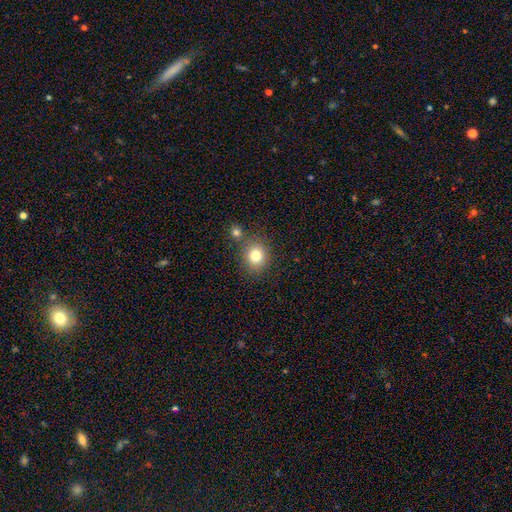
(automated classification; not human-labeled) smooth-or-featured: smooth: 80% | star or artifact: 12% | featured or disk: 8%
  how-rounded: round: 77% | in between: 22% | cigar-shaped: 1%
  merging: none: 72% | merger: 14% | minor disturbance: 10% | major disturbance: 3%